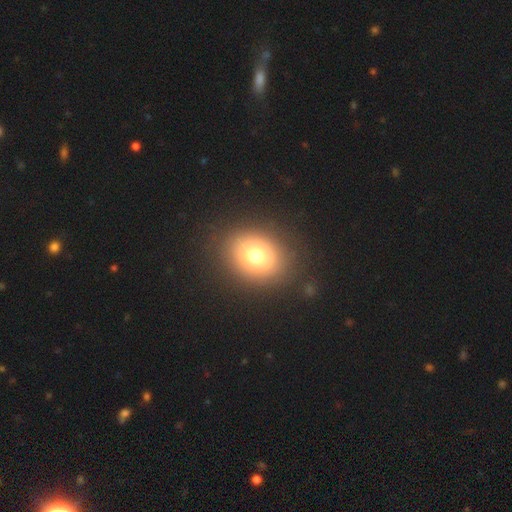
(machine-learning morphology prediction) Smooth or featured? smooth (75%)
How rounded? round (58%)
Merging? none (87%)